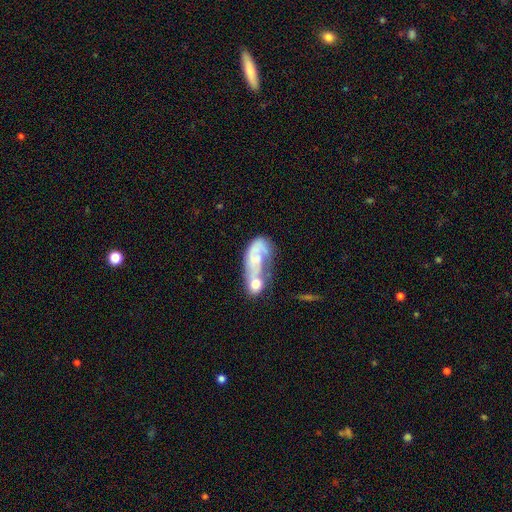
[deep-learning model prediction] Q: Smooth or featured?
A: featured or disk (61%); runner-up: smooth (31%)
Q: Edge-on disk?
A: no (95%); runner-up: yes (5%)
Q: Bar?
A: no (72%); runner-up: weak (22%)
Q: Spiral arms?
A: yes (68%); runner-up: no (32%)
Q: Bulge size?
A: small (38%); runner-up: none (29%)
Q: Merging?
A: merger (50%); runner-up: major disturbance (23%)